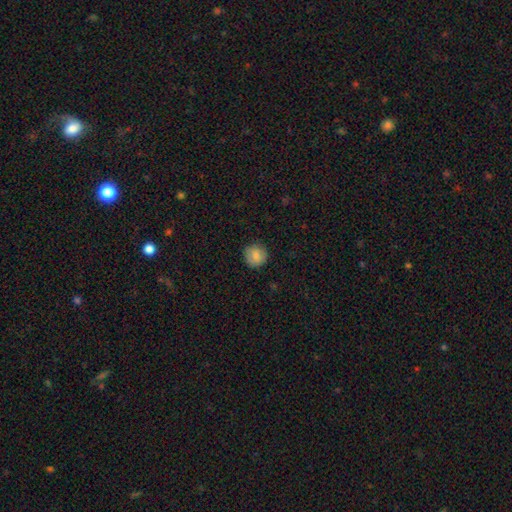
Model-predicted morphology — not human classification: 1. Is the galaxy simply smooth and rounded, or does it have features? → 83% smooth, 9% featured or disk, 8% star or artifact.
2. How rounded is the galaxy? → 92% round, 7% in between, 1% cigar-shaped.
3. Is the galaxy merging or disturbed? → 86% none, 11% minor disturbance, 3% major disturbance, 1% merger.